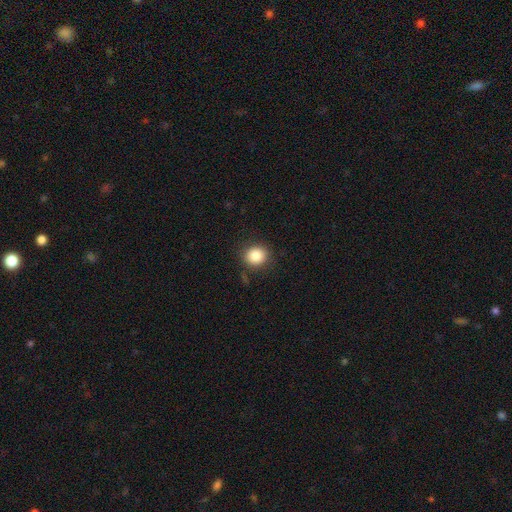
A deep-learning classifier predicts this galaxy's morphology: Overall: smooth (84%). How rounded: round (81%). Merging: none (87%).